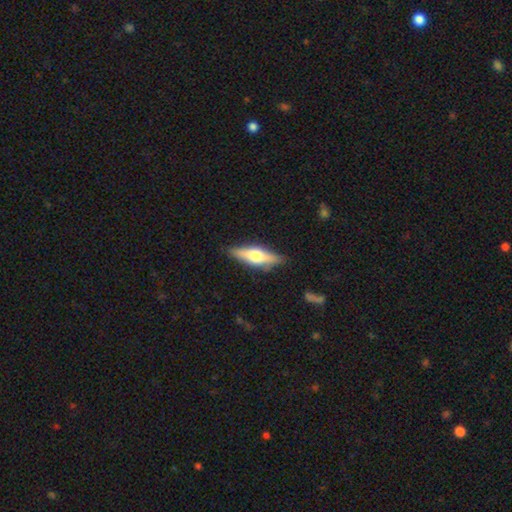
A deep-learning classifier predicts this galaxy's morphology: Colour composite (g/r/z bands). It shows a featured or disk galaxy (53%) viewed edge-on (92%). Merging: none (85%).